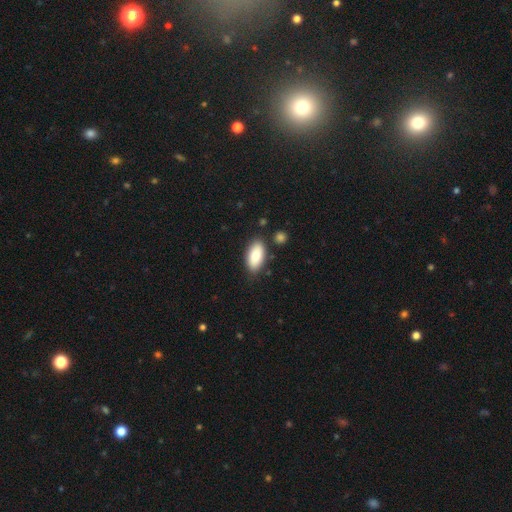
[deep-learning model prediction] A smooth galaxy with no disk features (82%) that is in between round and cigar-shaped (93%).

Vote fractions:
- Smooth or featured? smooth: 82% / featured or disk: 12% / star or artifact: 6%
- How rounded? in between: 93% / cigar-shaped: 4% / round: 3%
- Merging? none: 83% / minor disturbance: 11% / merger: 4% / major disturbance: 2%